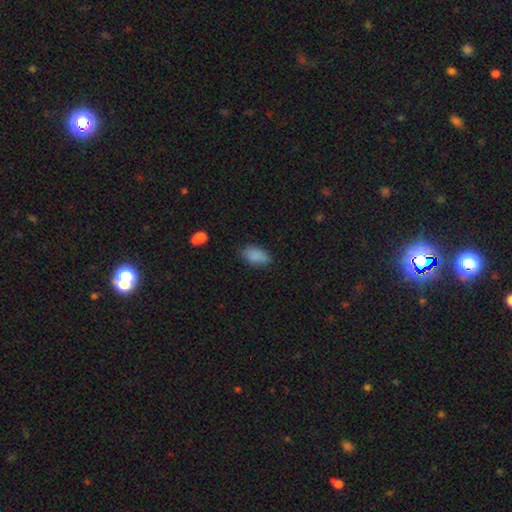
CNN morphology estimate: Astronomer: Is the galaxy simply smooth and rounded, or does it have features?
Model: smooth — 86%.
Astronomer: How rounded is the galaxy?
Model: in between — 92%.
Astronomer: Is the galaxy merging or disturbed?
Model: none — 75%.